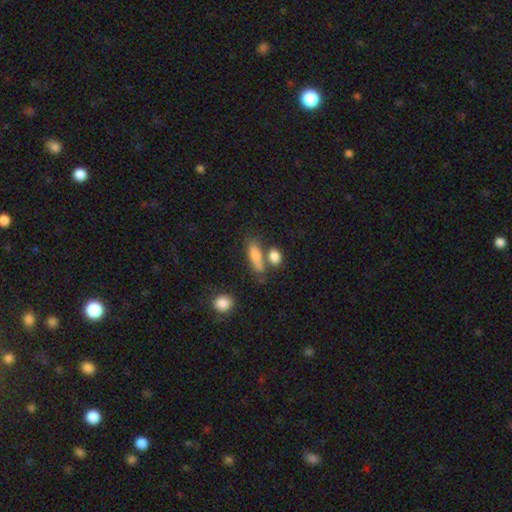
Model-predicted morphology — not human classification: Q: Smooth or featured?
A: smooth (77%); runner-up: featured or disk (14%)
Q: How rounded?
A: in between (57%); runner-up: cigar-shaped (33%)
Q: Merging?
A: none (50%); runner-up: merger (30%)